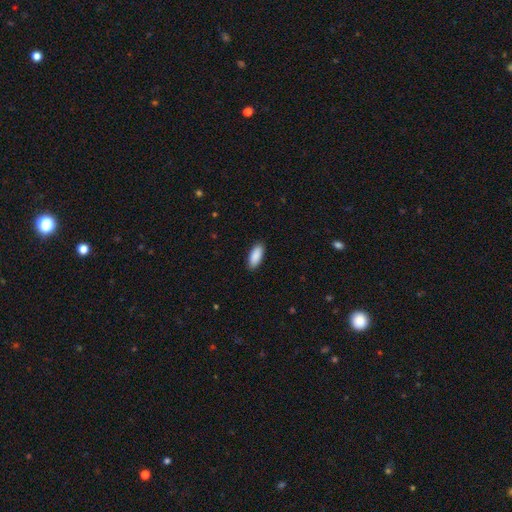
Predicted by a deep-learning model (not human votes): smooth 91%, star or artifact 6%, featured or disk 4%. Down the decision tree: how rounded — in between (83%); merging — none (89%).